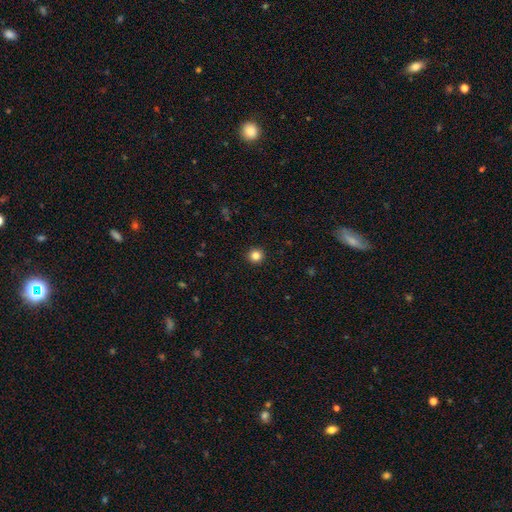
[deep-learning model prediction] Smooth or featured: smooth — 84% (star or artifact — 12%)
How rounded: round — 95% (in between — 4%)
Merging: none — 93% (minor disturbance — 4%)